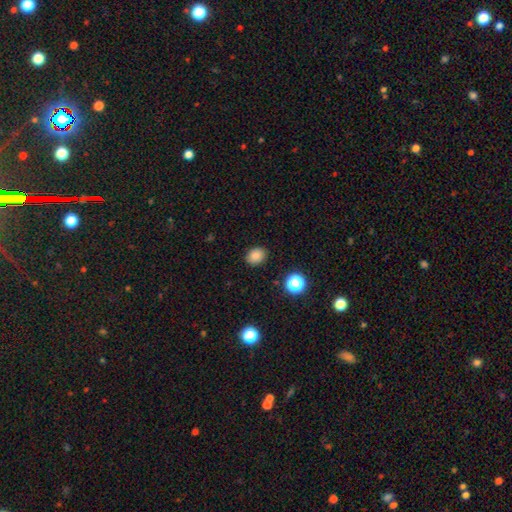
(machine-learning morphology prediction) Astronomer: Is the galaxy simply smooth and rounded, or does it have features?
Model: smooth — 84%.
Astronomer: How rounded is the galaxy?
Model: in between — 53% (runner-up: round, 46%).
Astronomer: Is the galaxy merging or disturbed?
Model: none — 88%.